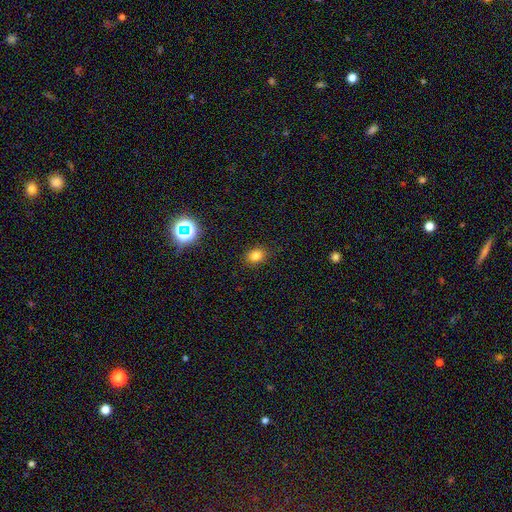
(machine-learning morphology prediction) Smooth or featured: smooth — 79% (star or artifact — 15%)
How rounded: round — 56% (in between — 43%)
Merging: none — 86% (minor disturbance — 10%)